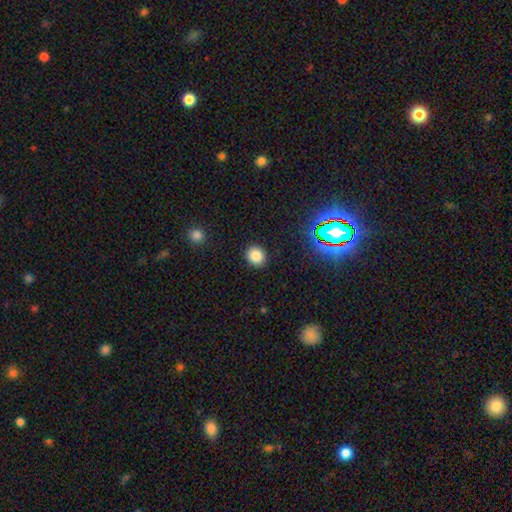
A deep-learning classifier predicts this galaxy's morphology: smooth_or_featured: smooth (p=0.82) [alt: star or artifact p=0.13]
how_rounded: round (p=0.78) [alt: in between p=0.21]
merging: none (p=0.91) [alt: minor disturbance p=0.06]